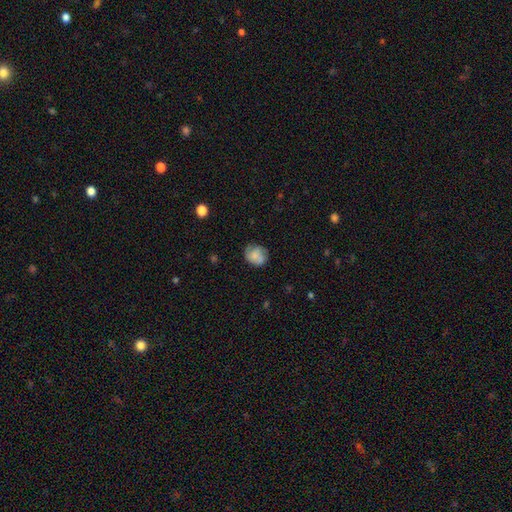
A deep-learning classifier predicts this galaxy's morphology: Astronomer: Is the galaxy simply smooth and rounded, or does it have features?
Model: smooth — 63%.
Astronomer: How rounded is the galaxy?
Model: round — 65%.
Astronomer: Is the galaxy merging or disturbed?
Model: none — 67%.